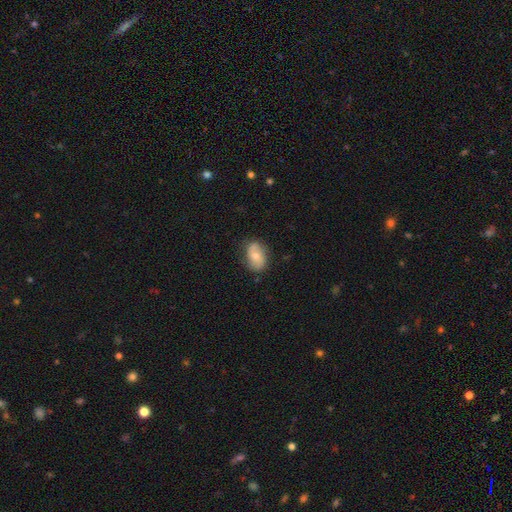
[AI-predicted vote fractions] Morphology: type=smooth (59%); roundness=in between (86%); merging=none (74%).